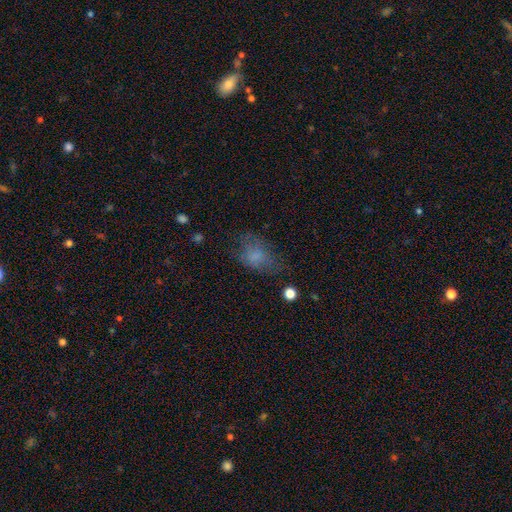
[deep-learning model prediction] smooth-or-featured: smooth: 67% | featured or disk: 19% | star or artifact: 14%
  how-rounded: in between: 76% | round: 22% | cigar-shaped: 2%
  merging: none: 46% | minor disturbance: 26% | major disturbance: 25% | merger: 3%